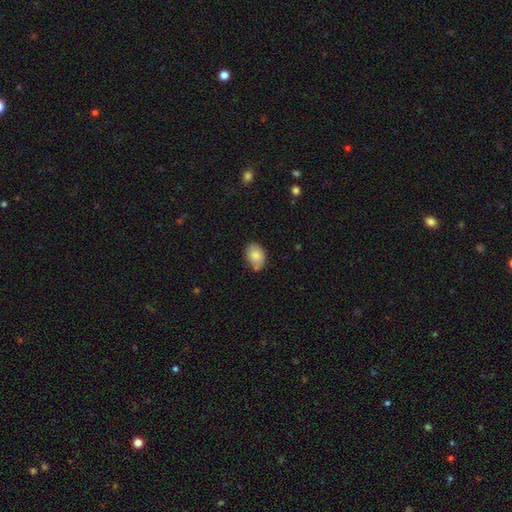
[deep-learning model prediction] This appears to be a smooth galaxy with no disk features (83%) that is in between round and cigar-shaped (69%). Merging: none (68%).